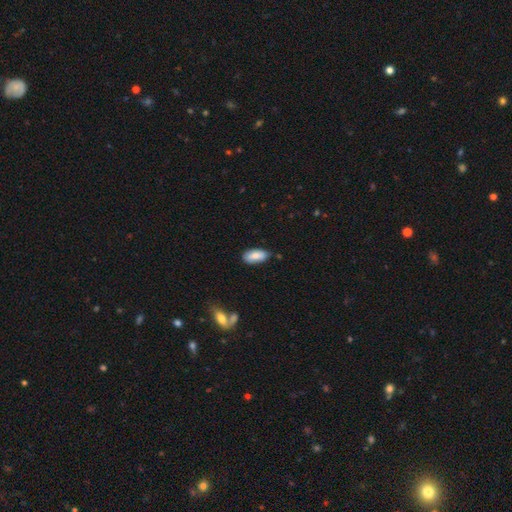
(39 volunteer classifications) Smooth or featured?
  - smooth: 79% *
  - featured or disk: 18%
  - star or artifact: 3%
How rounded?
  - in between: 90% *
  - round: 6%
  - cigar-shaped: 3%
Merging?
  - none: 63% *
  - minor disturbance: 34%
  - major disturbance: 3%
  - merger: 0%